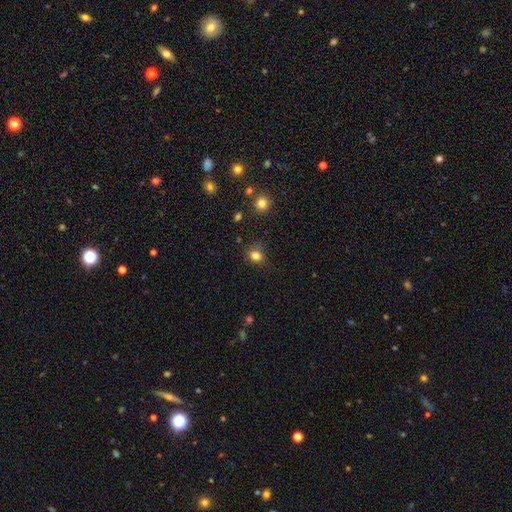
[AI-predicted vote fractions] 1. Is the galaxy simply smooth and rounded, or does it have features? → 81% smooth, 14% star or artifact, 5% featured or disk.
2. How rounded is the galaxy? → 69% round, 30% in between, 1% cigar-shaped.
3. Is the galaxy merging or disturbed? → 73% none, 19% minor disturbance, 5% major disturbance, 3% merger.